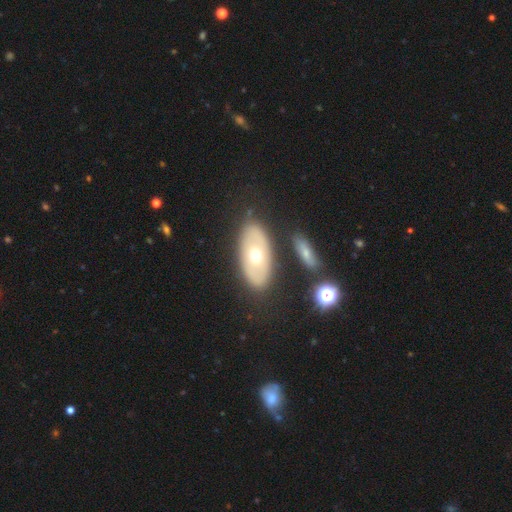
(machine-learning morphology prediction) This is possibly a featured or disk galaxy (48%). Merging: likely none (79%).